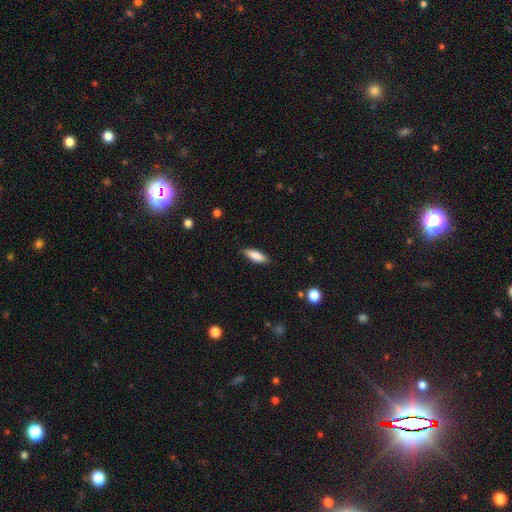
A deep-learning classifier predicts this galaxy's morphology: type=smooth (81%); roundness=in between (50%); merging=none (87%).